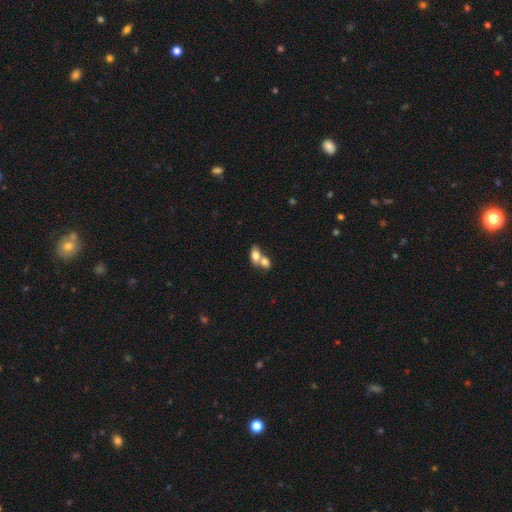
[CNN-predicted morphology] Smooth or featured? smooth (76%)
How rounded? in between (79%)
Merging? merger (71%)